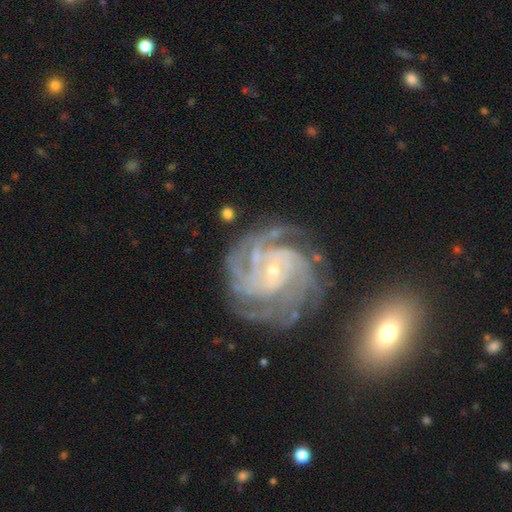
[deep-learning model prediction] This appears to be a featured or disk galaxy (91%) with no bar (49%), 4 (31%) tight (67%) spiral arms (98%) and a small central bulge (75%). Merging: none (69%).